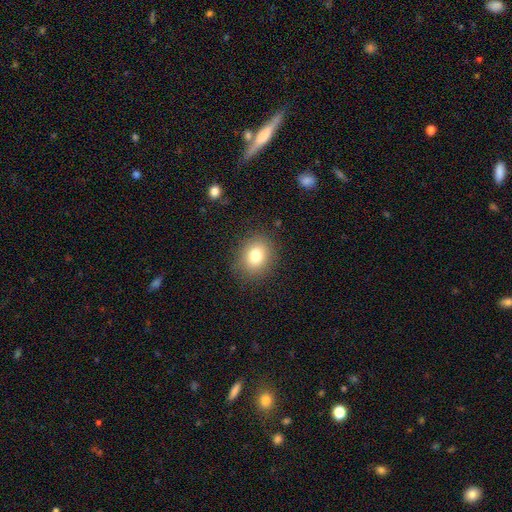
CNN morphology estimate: smooth 79%, star or artifact 11%, featured or disk 10%. Down the decision tree: how rounded — round (52%); merging — none (86%).